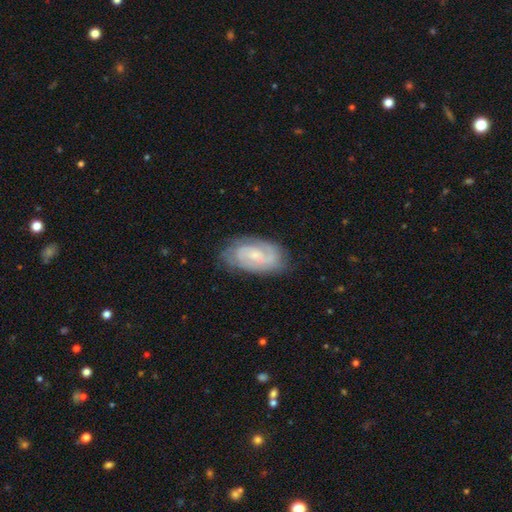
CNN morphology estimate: This appears to be a featured or disk galaxy (76%) with no bar (48%), 2 (61%) tight (54%) spiral arms (94%) and a small central bulge (66%). Merging: none (77%).